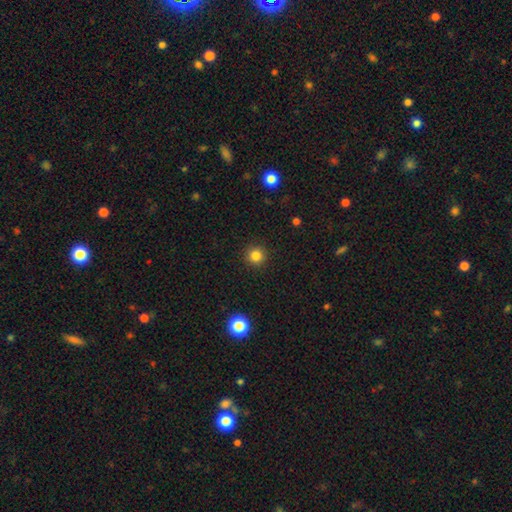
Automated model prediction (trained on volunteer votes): smooth_or_featured: smooth (p=0.83) [alt: star or artifact p=0.12]
how_rounded: round (p=0.95) [alt: in between p=0.04]
merging: none (p=0.92) [alt: minor disturbance p=0.05]